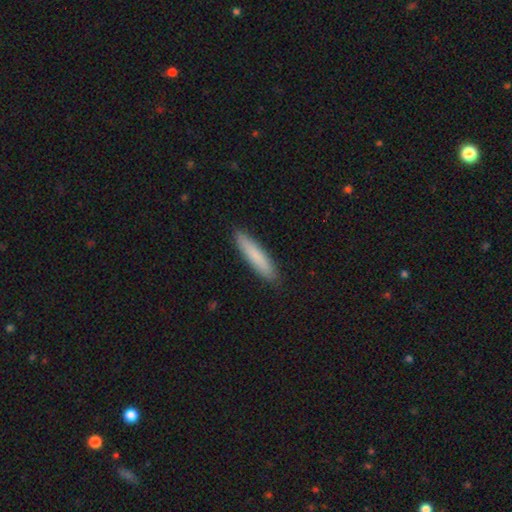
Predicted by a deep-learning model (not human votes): This appears to be a smooth galaxy with no disk features (82%) that is cigar-shaped (89%). Merging: none (90%).